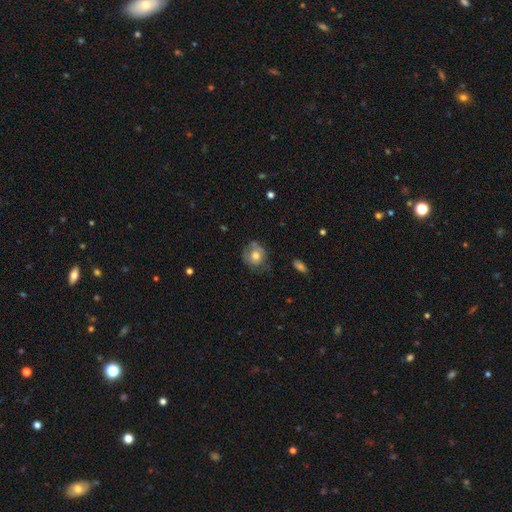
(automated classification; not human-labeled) Q: Smooth or featured?
A: smooth (61%); runner-up: featured or disk (30%)
Q: How rounded?
A: round (76%); runner-up: in between (23%)
Q: Merging?
A: none (61%); runner-up: minor disturbance (26%)